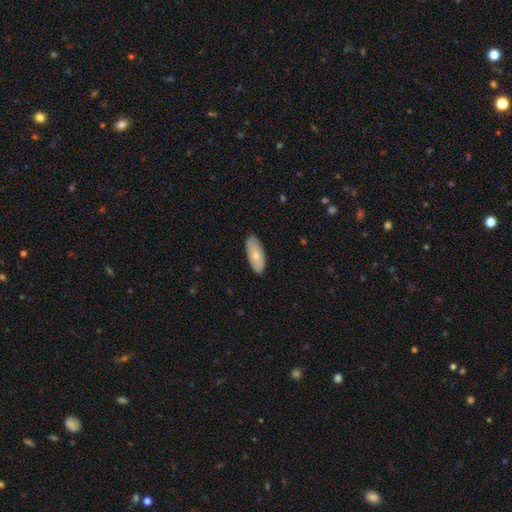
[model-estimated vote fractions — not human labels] A smooth galaxy with no disk features (75%) that is in between round and cigar-shaped (87%).

Vote fractions:
- Smooth or featured? smooth: 75% / featured or disk: 20% / star or artifact: 5%
- How rounded? in between: 87% / cigar-shaped: 11% / round: 2%
- Merging? none: 86% / minor disturbance: 11% / major disturbance: 2% / merger: 1%